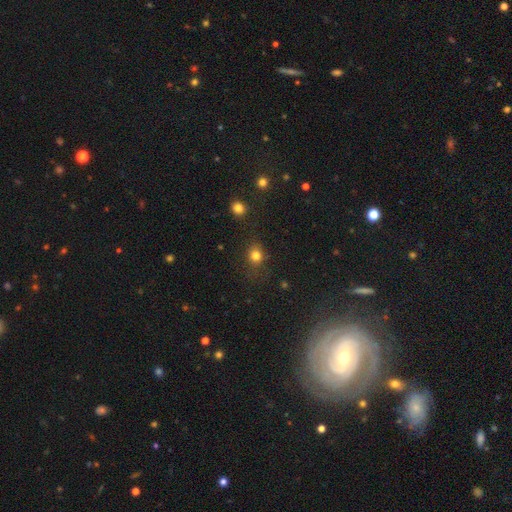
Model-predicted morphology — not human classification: The model was most divided on "how rounded": round: 74%, in between: 25%, cigar-shaped: 1%. More confident: smooth or featured — smooth (78%); merging — none (77%).